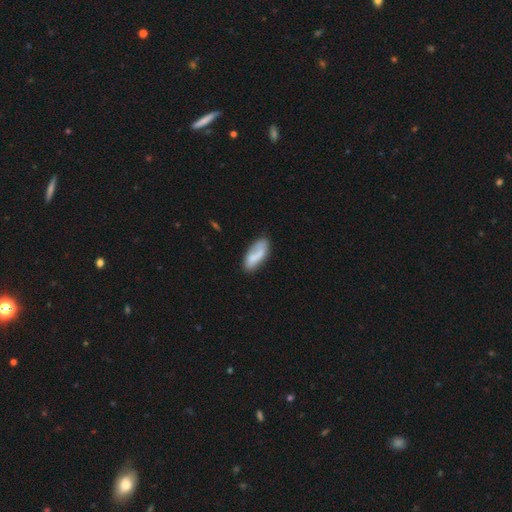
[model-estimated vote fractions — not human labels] A smooth galaxy with no disk features (67%) that is in between round and cigar-shaped (79%). Merging: none (58%).